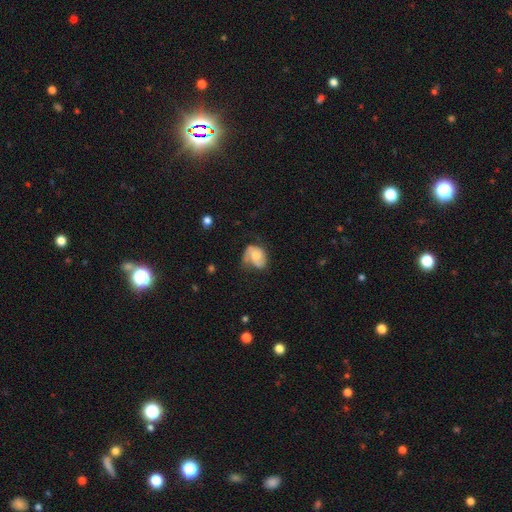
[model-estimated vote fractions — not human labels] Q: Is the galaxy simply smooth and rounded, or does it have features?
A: featured or disk — 53%.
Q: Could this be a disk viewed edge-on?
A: no — 97%.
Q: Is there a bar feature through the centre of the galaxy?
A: no — 73%.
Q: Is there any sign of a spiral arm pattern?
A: yes — 81%.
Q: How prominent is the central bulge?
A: moderate — 47%.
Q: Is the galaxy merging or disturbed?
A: none — 37%.